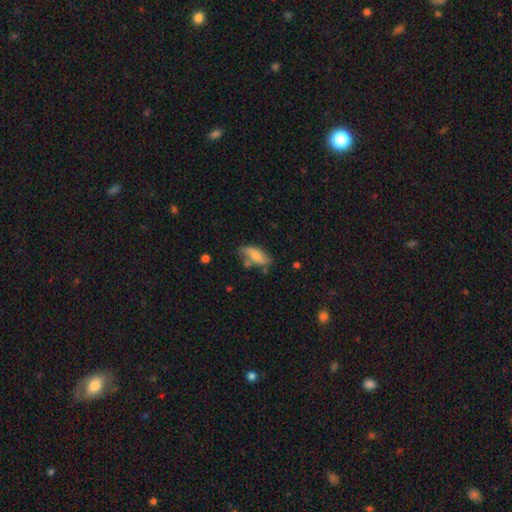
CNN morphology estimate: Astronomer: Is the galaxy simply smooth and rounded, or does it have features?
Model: smooth — 71%.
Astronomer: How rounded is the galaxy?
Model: in between — 76%.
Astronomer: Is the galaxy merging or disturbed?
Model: none — 60%.